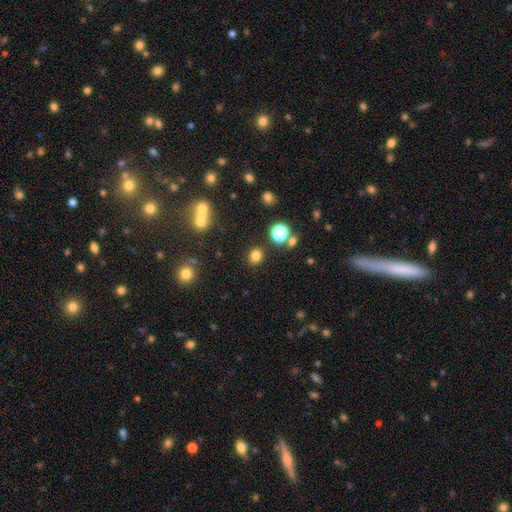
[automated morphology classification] A smooth galaxy with no disk features (78%) that is round (73%).

Vote fractions:
- Smooth or featured? smooth: 78% / star or artifact: 16% / featured or disk: 6%
- How rounded? round: 73% / in between: 26% / cigar-shaped: 1%
- Merging? none: 85% / minor disturbance: 8% / merger: 4% / major disturbance: 3%